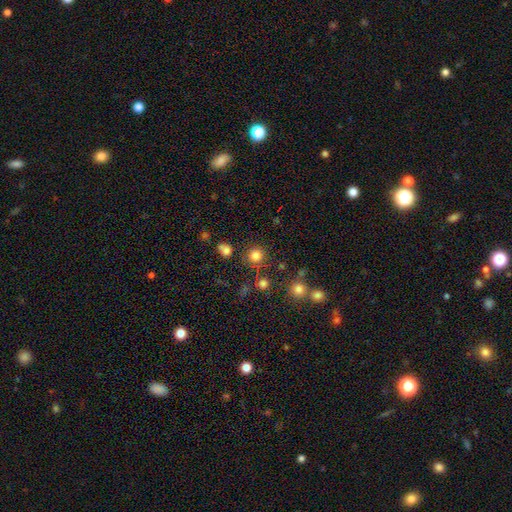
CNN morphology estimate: Smooth or featured?
  - smooth: 79% *
  - star or artifact: 16%
  - featured or disk: 5%
How rounded?
  - round: 92% *
  - in between: 7%
  - cigar-shaped: 1%
Merging?
  - none: 81% *
  - minor disturbance: 9%
  - merger: 7%
  - major disturbance: 4%